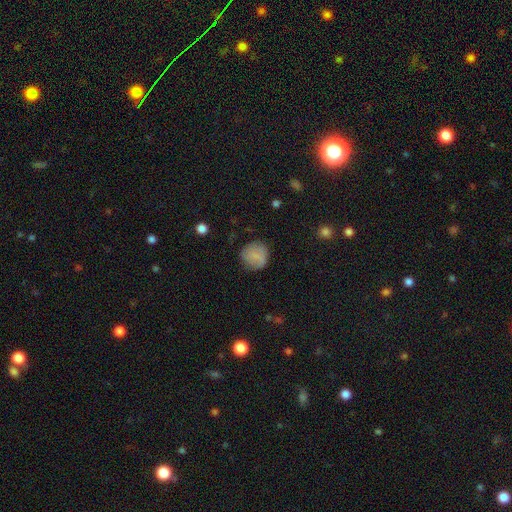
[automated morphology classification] Smooth or featured?
  - smooth: 79% *
  - featured or disk: 12%
  - star or artifact: 8%
How rounded?
  - round: 87% *
  - in between: 12%
  - cigar-shaped: 1%
Merging?
  - none: 76% *
  - minor disturbance: 17%
  - major disturbance: 6%
  - merger: 1%